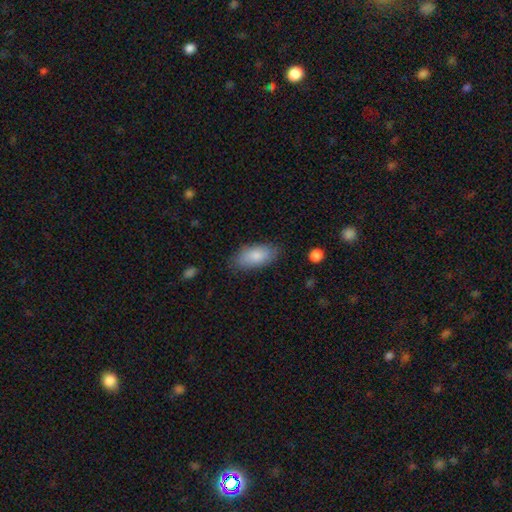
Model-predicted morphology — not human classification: smooth-or-featured: smooth: 84% | featured or disk: 10% | star or artifact: 6%
  how-rounded: in between: 91% | cigar-shaped: 6% | round: 3%
  merging: none: 80% | minor disturbance: 15% | major disturbance: 4% | merger: 1%